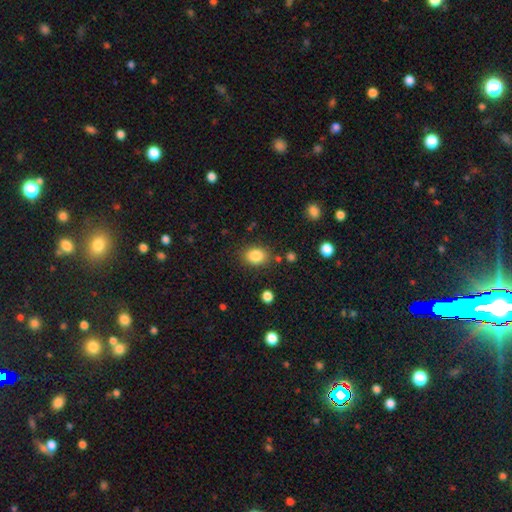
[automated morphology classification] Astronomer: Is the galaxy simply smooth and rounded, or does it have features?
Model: smooth — 85%.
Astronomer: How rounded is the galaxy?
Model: in between — 65%.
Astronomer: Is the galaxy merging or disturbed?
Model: none — 81%.